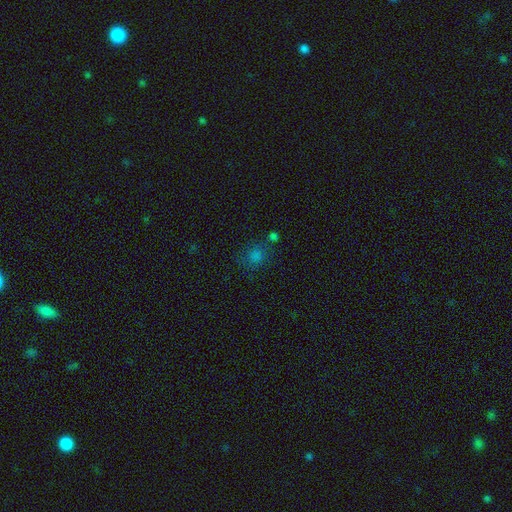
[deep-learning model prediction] Morphology: type=smooth (66%); roundness=round (77%); merging=none (72%).